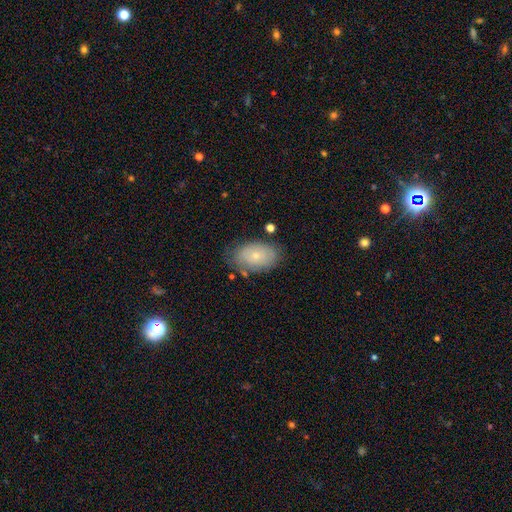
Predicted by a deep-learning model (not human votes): Morphology: type=smooth (66%); roundness=in between (89%); merging=none (70%).